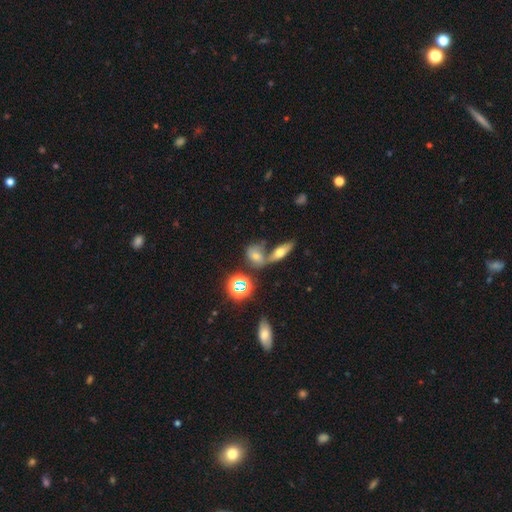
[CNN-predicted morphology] smooth 49%, featured or disk 28%, star or artifact 24%. Down the decision tree: merging — none (49%).